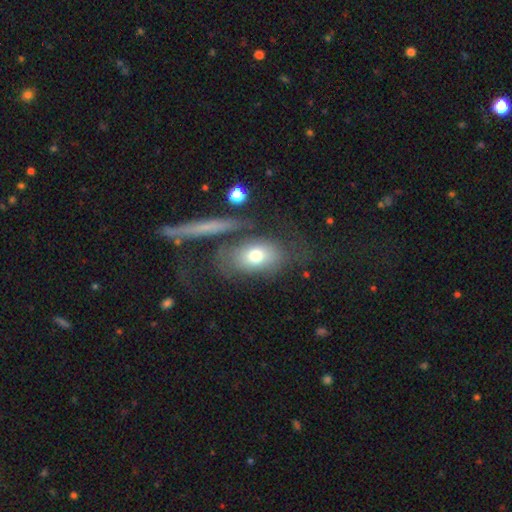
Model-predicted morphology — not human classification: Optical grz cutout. It shows a smooth galaxy with no disk features (67%) that is in between round and cigar-shaped (72%). Merging: none (51%).